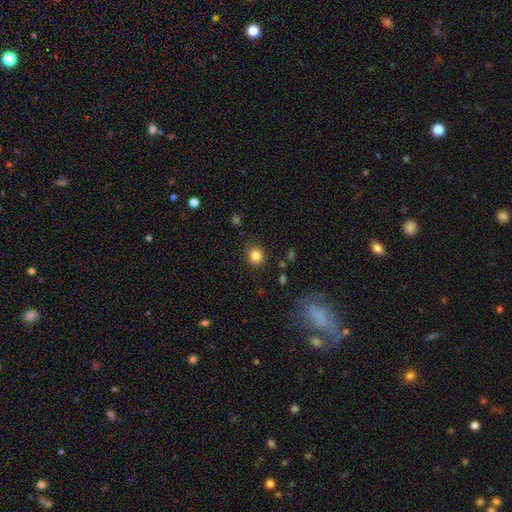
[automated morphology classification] type=smooth (84%); roundness=round (84%); merging=none (86%).